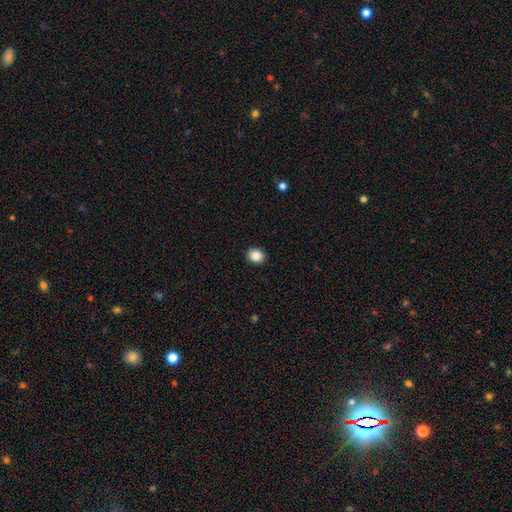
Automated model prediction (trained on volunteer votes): The model was most divided on "how rounded": round: 66%, in between: 34%, cigar-shaped: 1%. More confident: merging — none (92%); smooth or featured — smooth (86%).